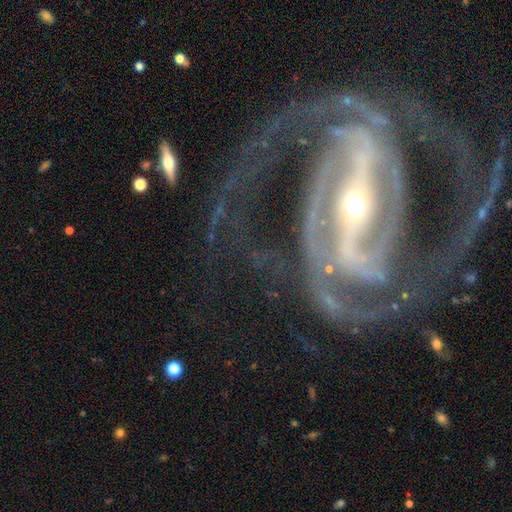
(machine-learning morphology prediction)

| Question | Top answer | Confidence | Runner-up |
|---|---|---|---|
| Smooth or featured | featured or disk | 94% | star or artifact (4%) |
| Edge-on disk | no | 97% | yes (3%) |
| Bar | strong | 80% | weak (14%) |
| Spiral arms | yes | 98% | no (2%) |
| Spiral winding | medium | 51% | tight (38%) |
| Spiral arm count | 2 | 72% | 3 (10%) |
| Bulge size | small | 68% | moderate (28%) |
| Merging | none | 64% | major disturbance (19%) |